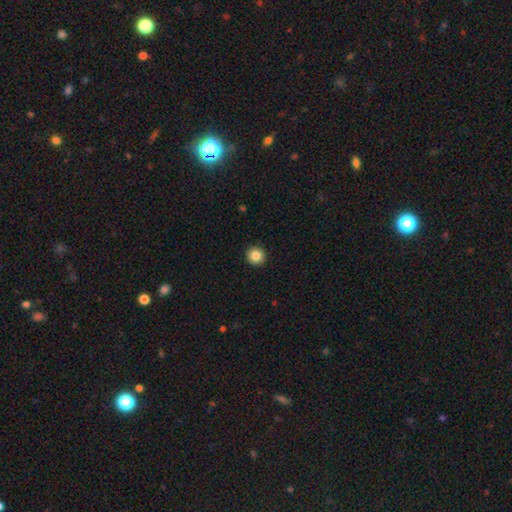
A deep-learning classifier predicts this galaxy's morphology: A smooth galaxy with no disk features (85%) that is round (94%).

Vote fractions:
- Smooth or featured? smooth: 85% / star or artifact: 10% / featured or disk: 5%
- How rounded? round: 94% / in between: 5% / cigar-shaped: 1%
- Merging? none: 93% / minor disturbance: 4% / major disturbance: 1% / merger: 1%